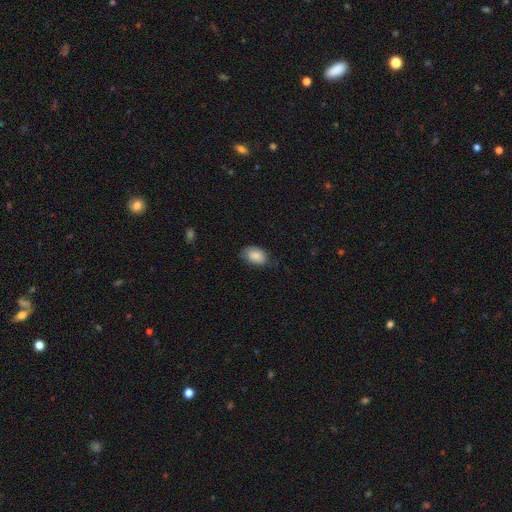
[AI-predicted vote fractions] smooth-or-featured: smooth: 86% | featured or disk: 8% | star or artifact: 7%
  how-rounded: in between: 88% | round: 11% | cigar-shaped: 1%
  merging: none: 68% | minor disturbance: 26% | major disturbance: 5% | merger: 1%